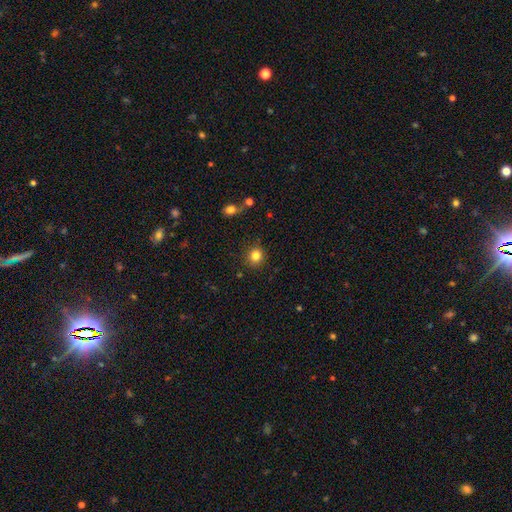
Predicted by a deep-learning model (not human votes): Overall: smooth (83%). How rounded: round (84%). Merging: none (89%).